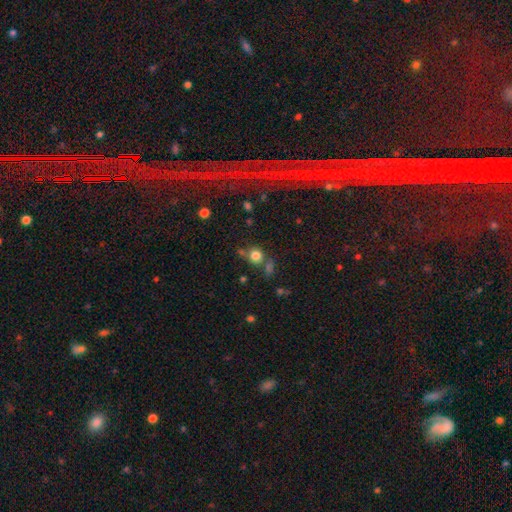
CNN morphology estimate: Smooth or featured? Predicted: smooth (p=0.79). How rounded? Predicted: round (p=0.86). Merging? Predicted: none (p=0.66).